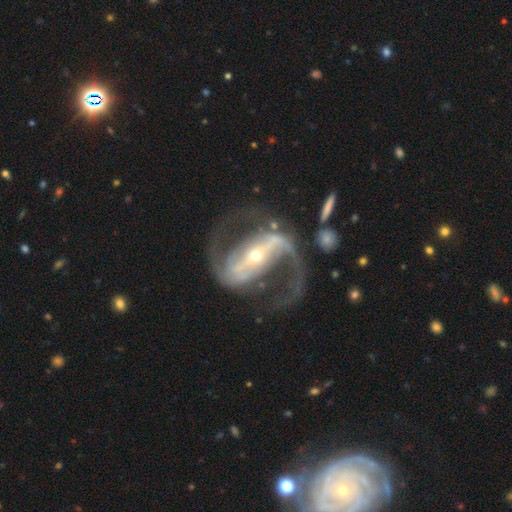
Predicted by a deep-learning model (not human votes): This is clearly a featured or disk galaxy (92%). It is clearly not viewed edge-on (96%). Bar: likely strong (72%). Spiral arm pattern: clearly yes (96%). Spiral arm count: clearly 2 (92%). Spiral winding: possibly medium (52%). Central bulge: likely small (66%). Merging: likely none (66%).